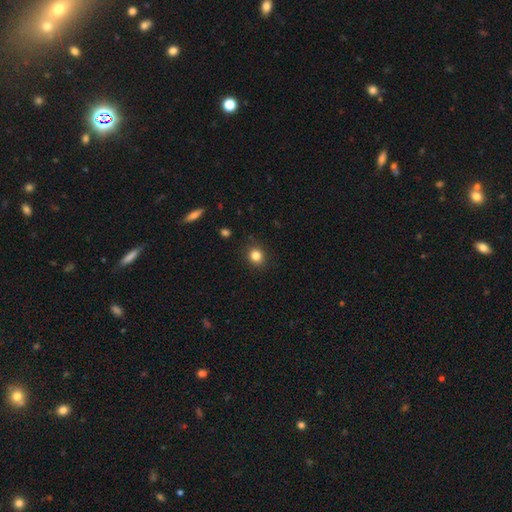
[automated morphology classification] Smooth or featured? smooth (83%)
How rounded? round (79%)
Merging? none (89%)